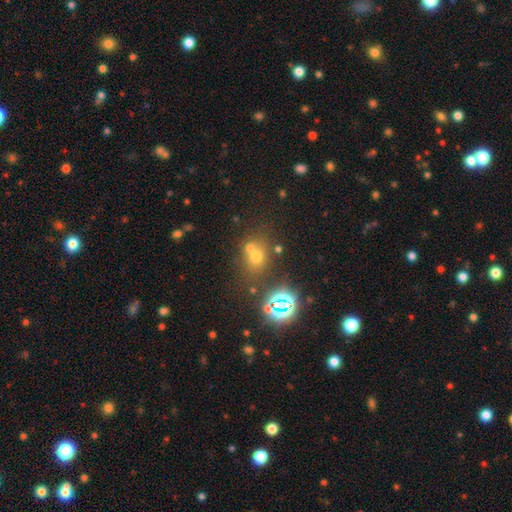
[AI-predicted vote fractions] Smooth or featured? smooth (53%)
How rounded? round (69%)
Merging? none (52%)